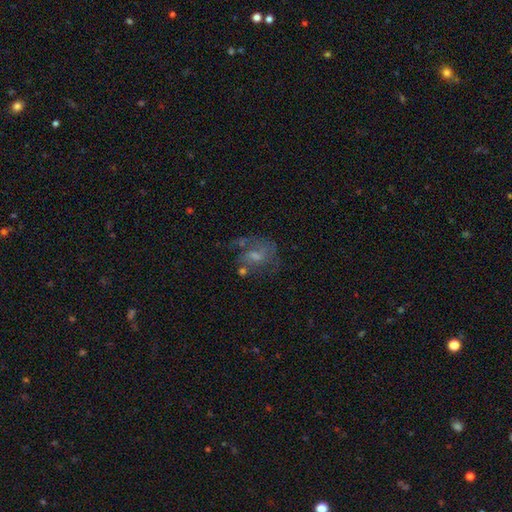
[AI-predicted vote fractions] Smooth or featured? Predicted: featured or disk (p=0.63). Edge-on disk? Predicted: no (p=0.97). Bar? Predicted: no (p=0.53). Spiral arms? Predicted: yes (p=0.73). Bulge size? Predicted: small (p=0.43). Merging? Predicted: none (p=0.44).